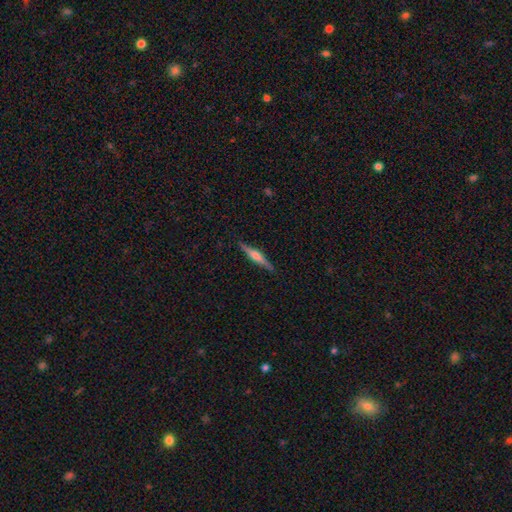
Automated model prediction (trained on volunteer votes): Smooth or featured? featured or disk (66%)
Edge-on disk? yes (98%)
Edge-on bulge? rounded (79%)
Merging? none (90%)